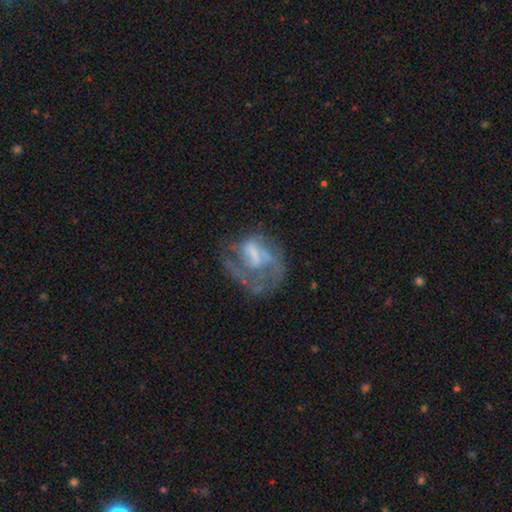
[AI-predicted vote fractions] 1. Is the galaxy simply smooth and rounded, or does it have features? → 68% featured or disk, 22% smooth, 9% star or artifact.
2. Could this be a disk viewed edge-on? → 97% no, 3% yes.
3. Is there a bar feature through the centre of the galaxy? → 41% weak, 37% no, 22% strong.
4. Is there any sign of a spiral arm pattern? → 62% yes, 38% no.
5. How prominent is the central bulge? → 41% none, 25% moderate, 23% small, 9% large, 2% dominant.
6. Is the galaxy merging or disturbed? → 42% major disturbance, 35% none, 19% minor disturbance, 5% merger.